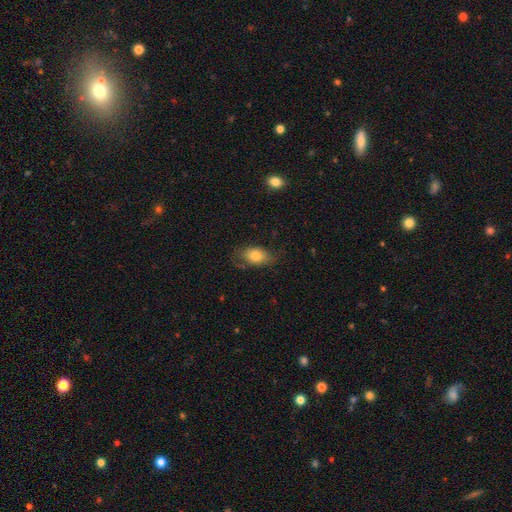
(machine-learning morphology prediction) This is likely a smooth galaxy (73%). How rounded: clearly in between (86%). Merging: likely none (60%).